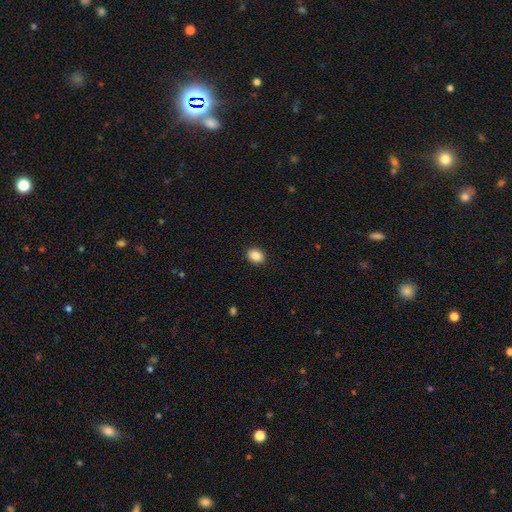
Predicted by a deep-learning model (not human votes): smooth 88%, star or artifact 8%, featured or disk 3%. Down the decision tree: how rounded — in between (61%); merging — none (91%).